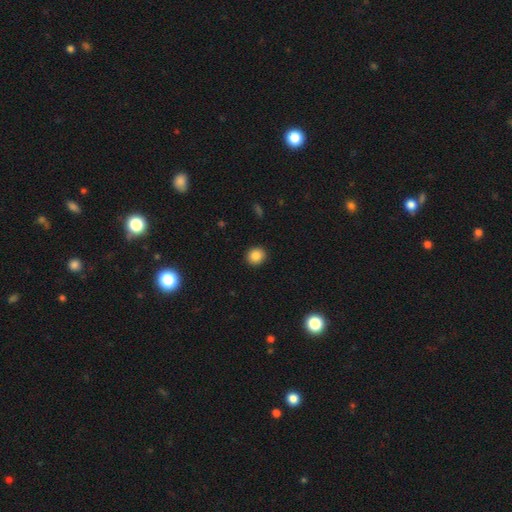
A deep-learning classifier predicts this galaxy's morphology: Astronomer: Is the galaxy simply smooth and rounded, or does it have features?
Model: smooth — 86%.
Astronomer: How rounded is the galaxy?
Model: round — 86%.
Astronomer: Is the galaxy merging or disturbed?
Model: none — 92%.